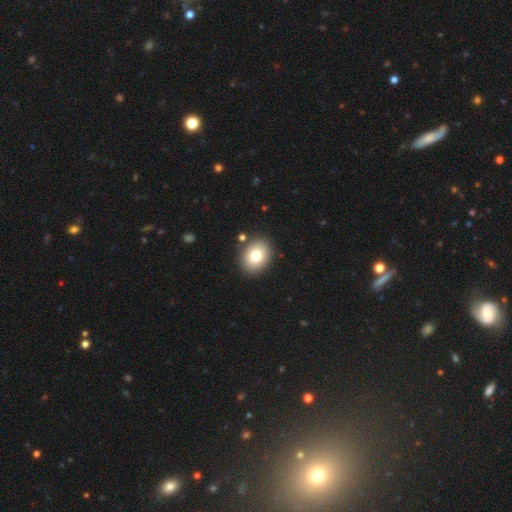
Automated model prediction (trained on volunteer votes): Smooth or featured?
  - smooth: 77% *
  - featured or disk: 13%
  - star or artifact: 10%
How rounded?
  - in between: 51% *
  - round: 48%
  - cigar-shaped: 1%
Merging?
  - none: 87% *
  - minor disturbance: 8%
  - merger: 3%
  - major disturbance: 2%